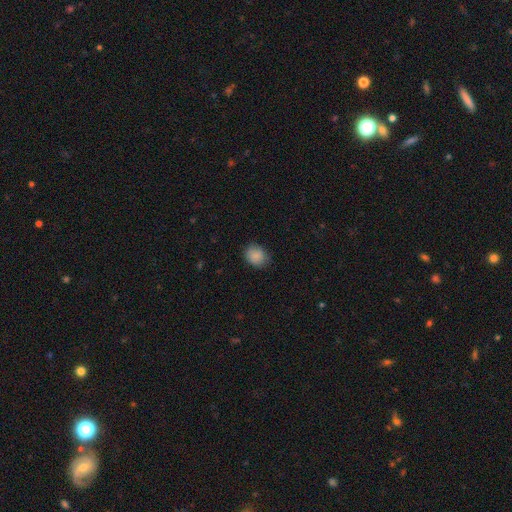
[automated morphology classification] smooth_or_featured: smooth (p=0.87) [alt: star or artifact p=0.08]
how_rounded: round (p=0.60) [alt: in between p=0.39]
merging: none (p=0.80) [alt: minor disturbance p=0.16]